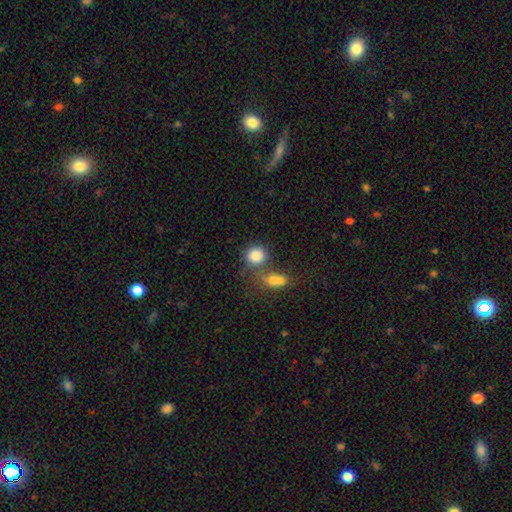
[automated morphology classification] smooth 83%, star or artifact 10%, featured or disk 6%. Down the decision tree: how rounded — round (85%); merging — none (55%).